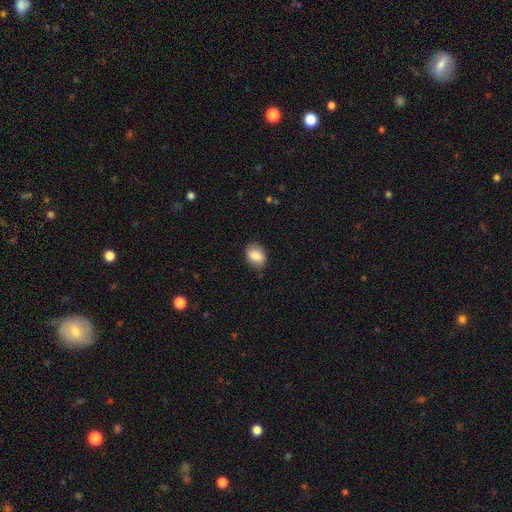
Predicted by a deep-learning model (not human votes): Q: Smooth or featured?
A: smooth (85%); runner-up: featured or disk (8%)
Q: How rounded?
A: in between (72%); runner-up: round (27%)
Q: Merging?
A: none (81%); runner-up: minor disturbance (14%)